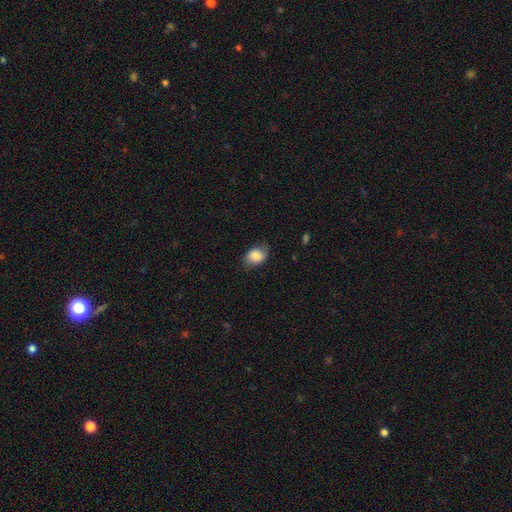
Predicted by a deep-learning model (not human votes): Overall: smooth (78%). How rounded: in between (74%). Merging: none (68%).